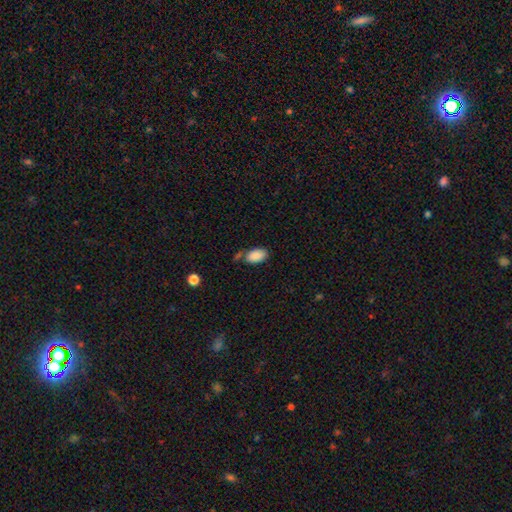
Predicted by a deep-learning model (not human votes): Q: Smooth or featured?
A: smooth (88%); runner-up: star or artifact (7%)
Q: How rounded?
A: in between (94%); runner-up: round (4%)
Q: Merging?
A: none (64%); runner-up: minor disturbance (19%)